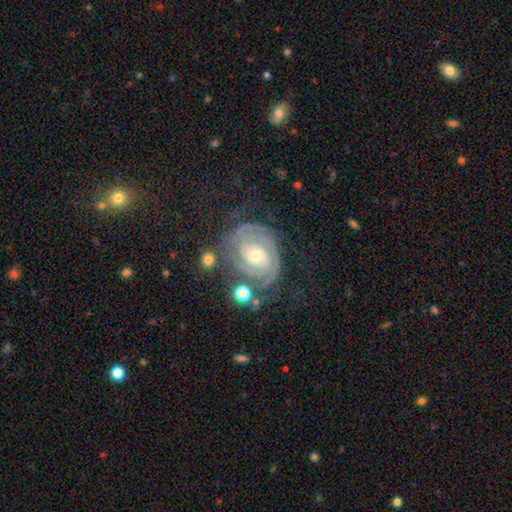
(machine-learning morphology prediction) Smooth or featured?
  - featured or disk: 85% *
  - smooth: 8%
  - star or artifact: 7%
Edge-on disk?
  - no: 97% *
  - yes: 3%
Bar?
  - no: 62% *
  - weak: 30%
  - strong: 8%
Spiral arms?
  - yes: 95% *
  - no: 5%
Spiral winding?
  - tight: 77% *
  - medium: 19%
  - loose: 4%
Spiral arm count?
  - 2: 49% *
  - can't tell: 24%
  - 3: 13%
  - 1: 5%
  - 4: 5%
  - more than 4: 4%
Bulge size?
  - small: 50% *
  - moderate: 45%
  - large: 3%
  - none: 1%
  - dominant: 1%
Merging?
  - none: 64% *
  - minor disturbance: 19%
  - major disturbance: 12%
  - merger: 5%